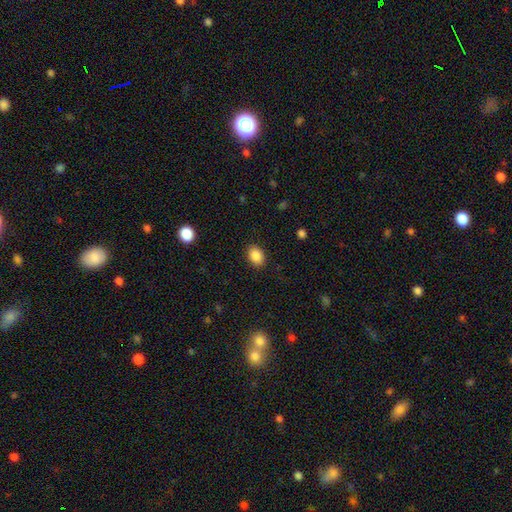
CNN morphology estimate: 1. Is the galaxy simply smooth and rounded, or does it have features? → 88% smooth, 9% star or artifact, 3% featured or disk.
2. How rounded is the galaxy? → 69% in between, 30% round, 1% cigar-shaped.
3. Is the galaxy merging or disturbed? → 88% none, 9% minor disturbance, 2% major disturbance, 1% merger.